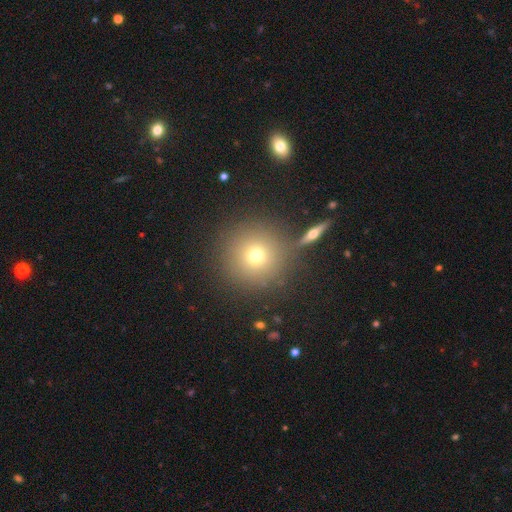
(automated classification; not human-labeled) Morphology: type=smooth (70%); roundness=round (95%); merging=none (83%).